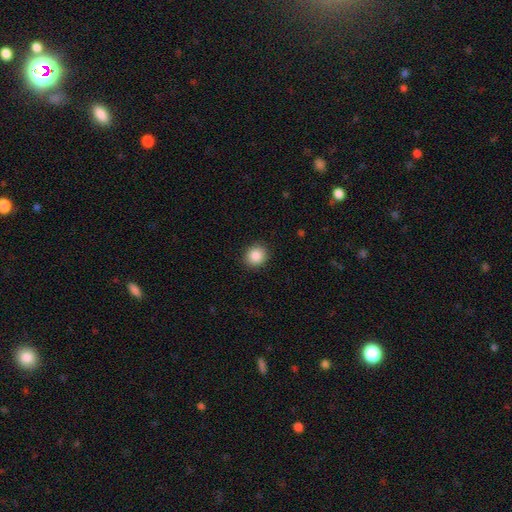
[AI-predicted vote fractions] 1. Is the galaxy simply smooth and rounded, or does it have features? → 88% smooth, 9% star or artifact, 3% featured or disk.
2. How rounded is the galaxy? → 85% round, 14% in between, 1% cigar-shaped.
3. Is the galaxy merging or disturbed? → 91% none, 6% minor disturbance, 2% major disturbance, 1% merger.